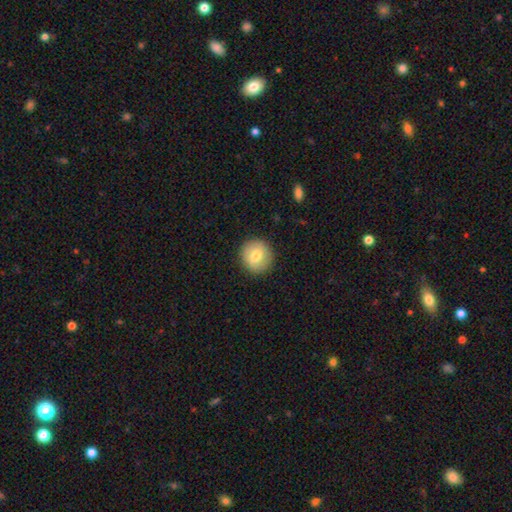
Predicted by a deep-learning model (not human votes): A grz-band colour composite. It shows a smooth galaxy with no disk features (73%) that is round (93%). Merging: none (90%).